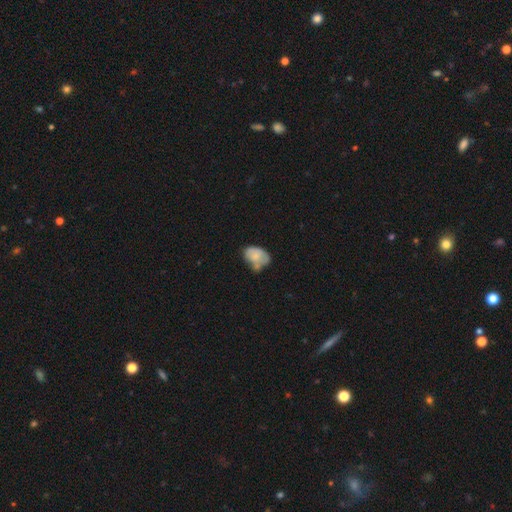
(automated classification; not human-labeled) This appears to be a smooth galaxy with no disk features (68%) that is in between round and cigar-shaped (81%). Merging: minor disturbance (35%).